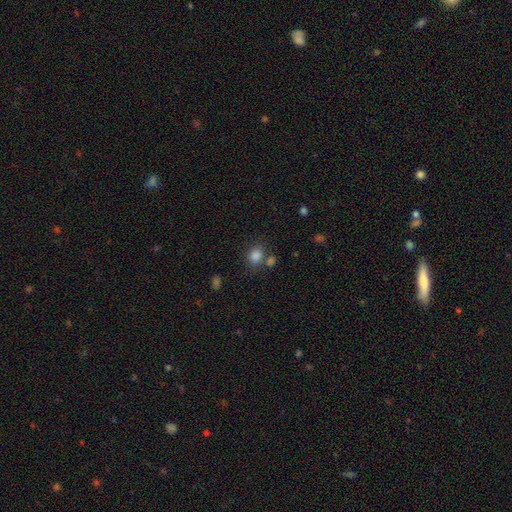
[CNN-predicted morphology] The model was most divided on "how rounded": round: 56%, in between: 43%, cigar-shaped: 1%. More confident: smooth or featured — smooth (84%); merging — none (67%).